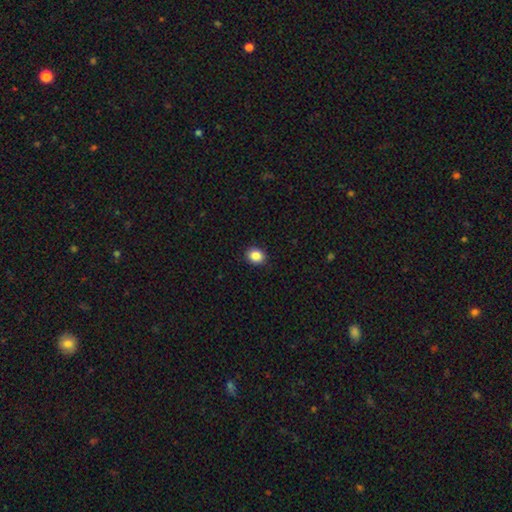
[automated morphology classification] Smooth or featured? smooth (87%)
How rounded? round (64%)
Merging? none (91%)